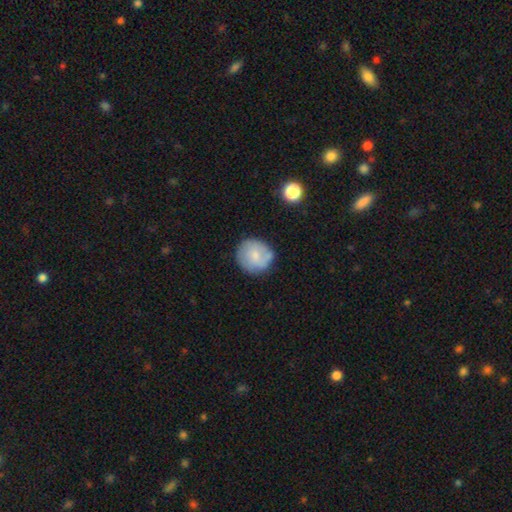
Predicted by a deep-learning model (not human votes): smooth_or_featured: smooth (p=0.68) [alt: featured or disk p=0.25]
how_rounded: round (p=0.92) [alt: in between p=0.07]
merging: none (p=0.70) [alt: minor disturbance p=0.19]